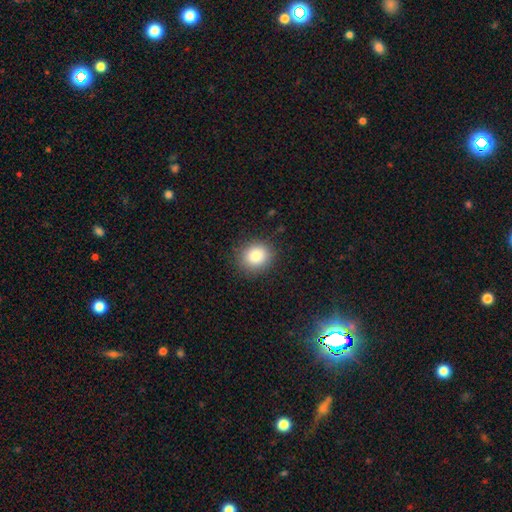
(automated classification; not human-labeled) Smooth or featured?
  - smooth: 85% *
  - star or artifact: 9%
  - featured or disk: 5%
How rounded?
  - round: 74% *
  - in between: 25%
  - cigar-shaped: 1%
Merging?
  - none: 87% *
  - minor disturbance: 9%
  - major disturbance: 3%
  - merger: 1%